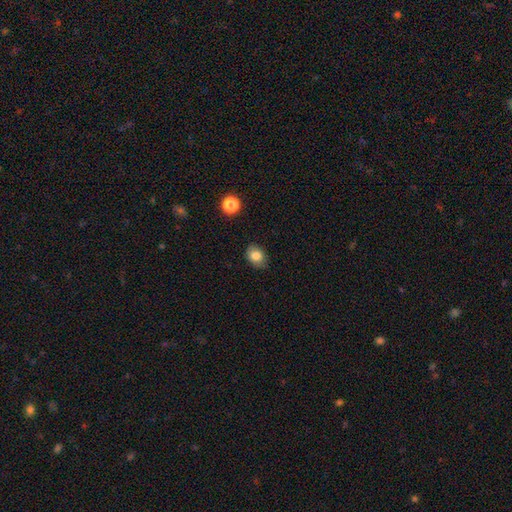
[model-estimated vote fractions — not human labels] The model was most divided on "how rounded": in between: 65%, round: 34%, cigar-shaped: 1%. More confident: merging — none (82%); smooth or featured — smooth (82%).